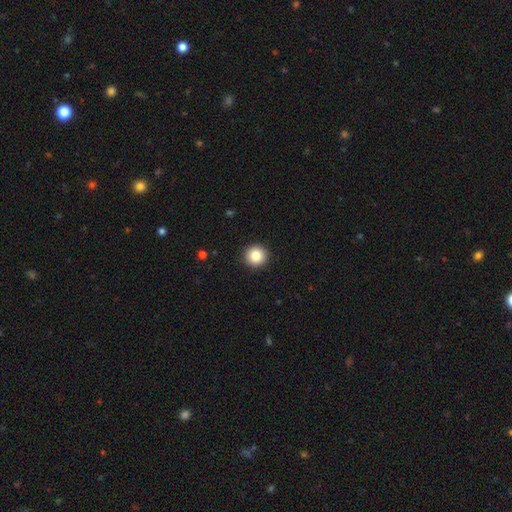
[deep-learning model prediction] This is clearly a smooth galaxy (85%). How rounded: clearly round (95%). Merging: clearly none (93%).